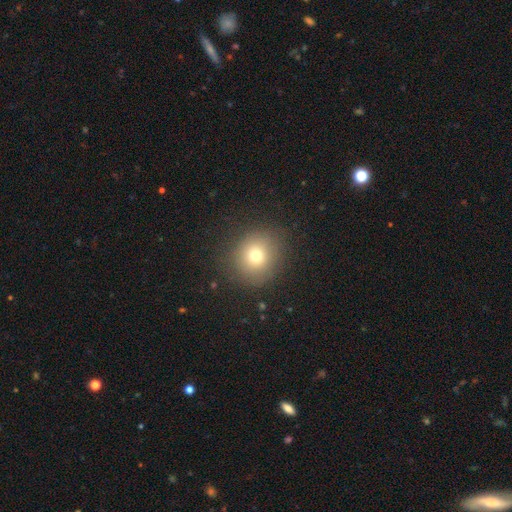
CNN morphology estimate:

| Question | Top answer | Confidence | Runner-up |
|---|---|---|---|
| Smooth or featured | smooth | 72% | star or artifact (16%) |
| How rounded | round | 88% | in between (11%) |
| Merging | none | 86% | minor disturbance (9%) |